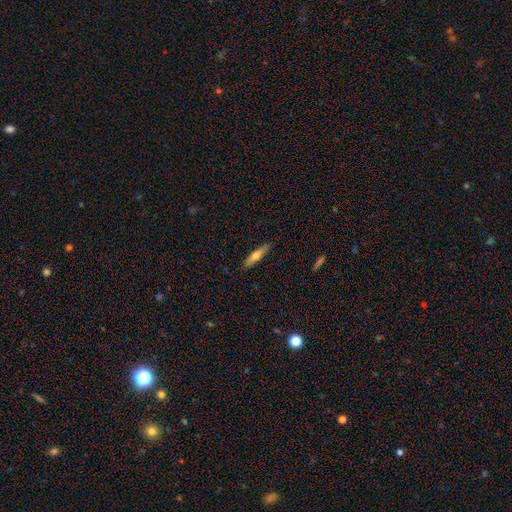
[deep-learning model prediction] Smooth or featured? Predicted: smooth (p=0.60). How rounded? Predicted: cigar-shaped (p=0.80). Merging? Predicted: none (p=0.89).